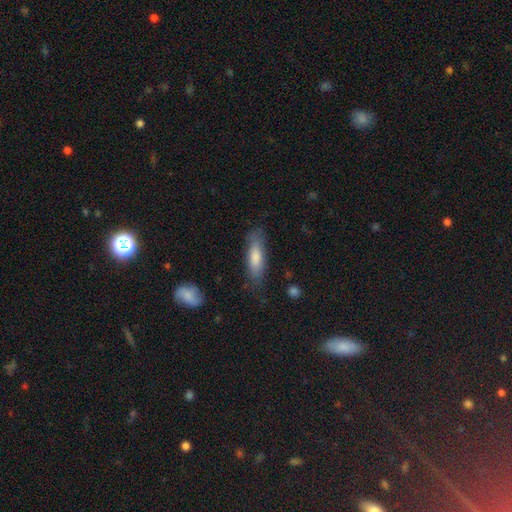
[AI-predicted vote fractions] The model was most divided on "how rounded": cigar-shaped: 59%, in between: 39%, round: 2%. More confident: merging — none (76%); smooth or featured — smooth (74%).